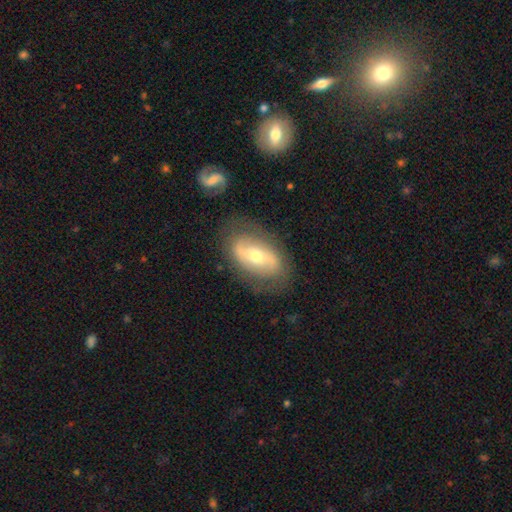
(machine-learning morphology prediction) The model was most divided on "bar": weak: 36%, strong: 35%, no: 30%. More confident: edge-on disk — no (91%); merging — none (73%); spiral arms — yes (67%); bulge size — moderate (66%); smooth or featured — featured or disk (65%).